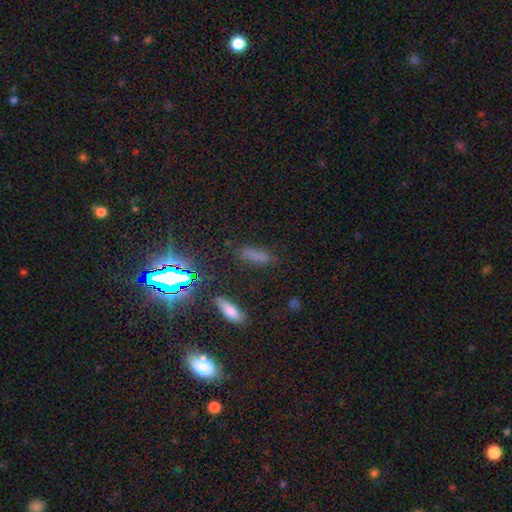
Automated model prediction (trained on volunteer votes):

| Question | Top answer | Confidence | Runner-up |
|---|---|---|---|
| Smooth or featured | smooth | 64% | star or artifact (27%) |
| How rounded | cigar-shaped | 53% | in between (43%) |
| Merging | none | 78% | minor disturbance (14%) |